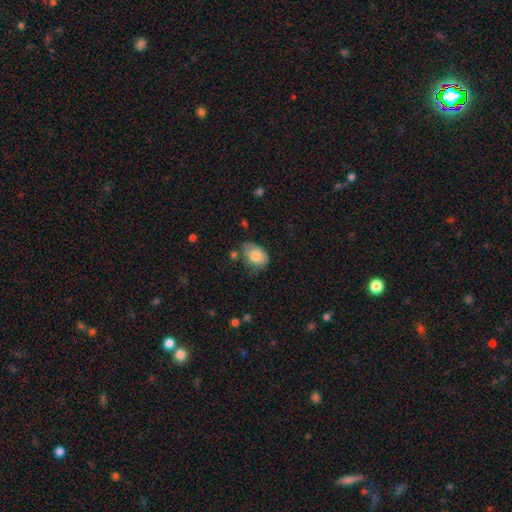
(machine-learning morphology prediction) smooth 81%, featured or disk 12%, star or artifact 7%. Down the decision tree: how rounded — in between (76%); merging — none (55%).